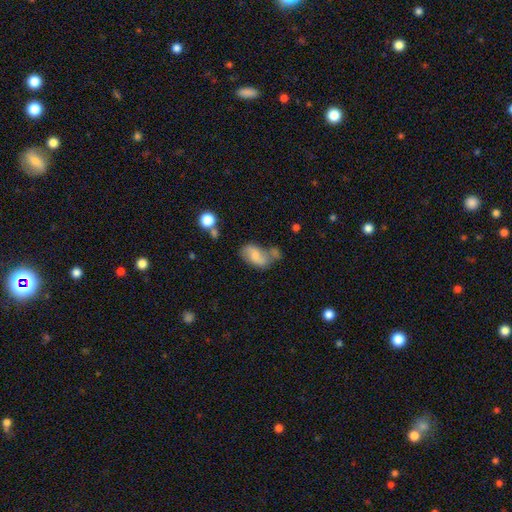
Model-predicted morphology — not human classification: Smooth or featured? Predicted: smooth (p=0.47). Merging? Predicted: none (p=0.35).